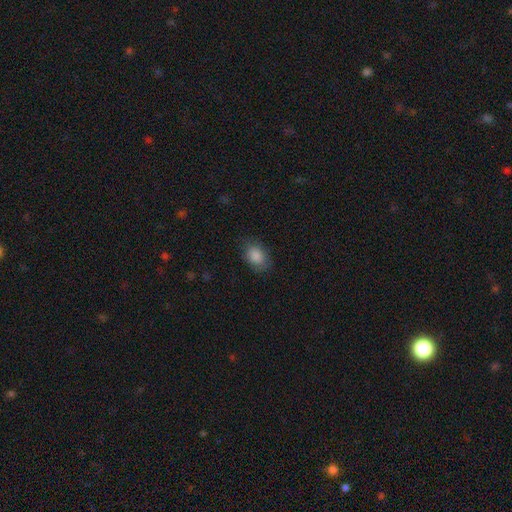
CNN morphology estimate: Smooth or featured? Predicted: smooth (p=0.87). How rounded? Predicted: in between (p=0.78). Merging? Predicted: none (p=0.79).